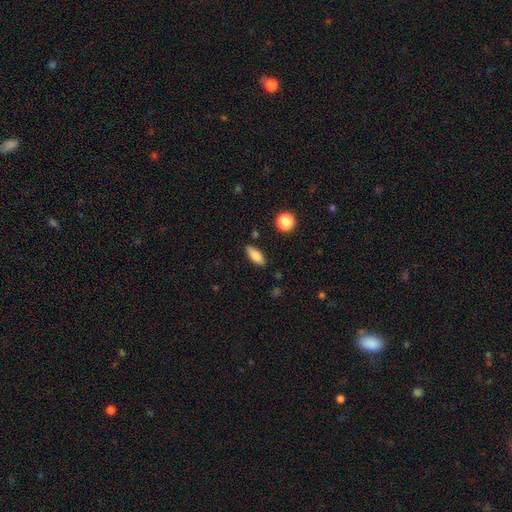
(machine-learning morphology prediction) Smooth or featured?
  - smooth: 78% *
  - featured or disk: 15%
  - star or artifact: 8%
How rounded?
  - in between: 75% *
  - cigar-shaped: 22%
  - round: 3%
Merging?
  - none: 85% *
  - minor disturbance: 10%
  - major disturbance: 2%
  - merger: 2%